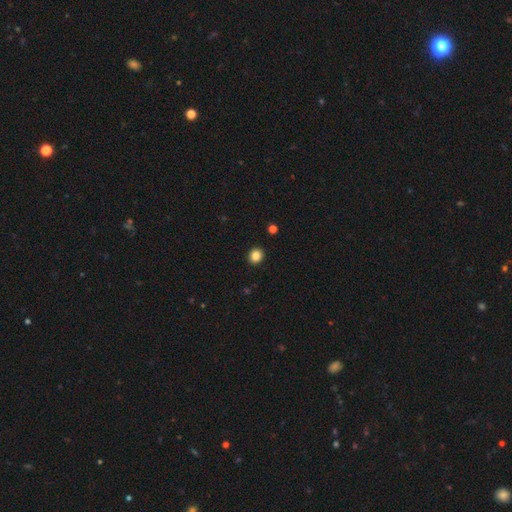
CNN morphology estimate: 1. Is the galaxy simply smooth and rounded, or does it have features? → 85% smooth, 11% star or artifact, 5% featured or disk.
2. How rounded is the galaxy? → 80% round, 19% in between, 1% cigar-shaped.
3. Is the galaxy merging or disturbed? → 93% none, 5% minor disturbance, 1% major disturbance, 1% merger.